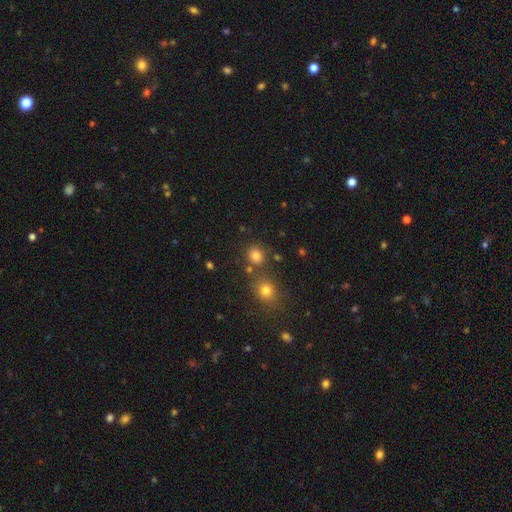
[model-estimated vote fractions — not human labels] Smooth or featured? smooth (79%)
How rounded? round (83%)
Merging? none (73%)